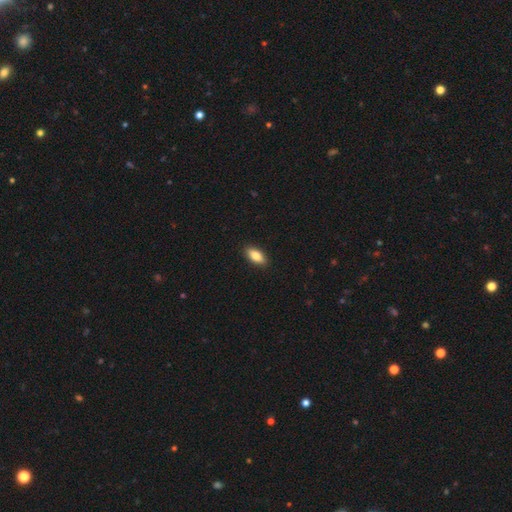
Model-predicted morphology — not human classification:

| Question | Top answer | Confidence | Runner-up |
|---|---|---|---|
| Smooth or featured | smooth | 83% | featured or disk (10%) |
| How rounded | in between | 88% | cigar-shaped (9%) |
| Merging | none | 90% | minor disturbance (7%) |